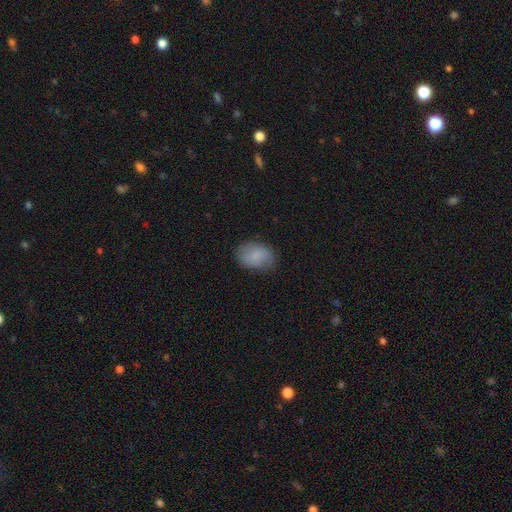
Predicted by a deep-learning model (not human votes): This is likely a smooth galaxy (78%). How rounded: clearly in between (81%). Merging: likely none (75%).